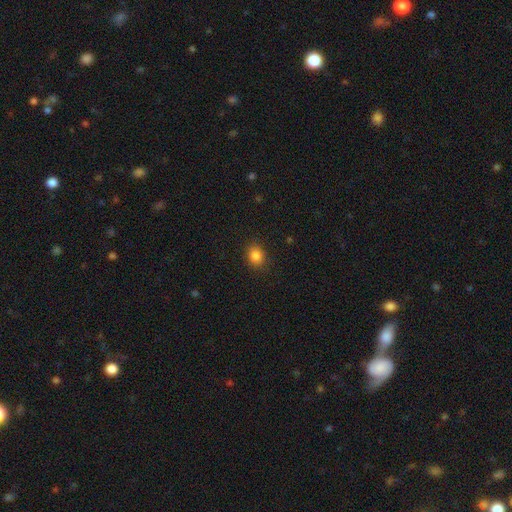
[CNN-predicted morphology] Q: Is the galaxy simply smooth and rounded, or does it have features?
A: smooth — 85%.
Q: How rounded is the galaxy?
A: round — 59%.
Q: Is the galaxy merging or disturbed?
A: none — 87%.